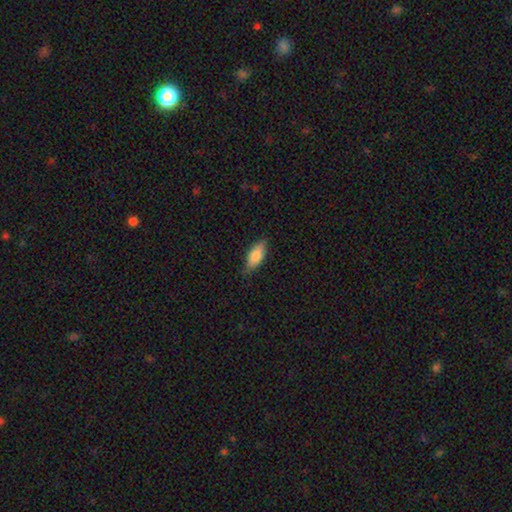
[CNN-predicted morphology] Overall: smooth (84%). How rounded: in between (84%). Merging: none (80%).